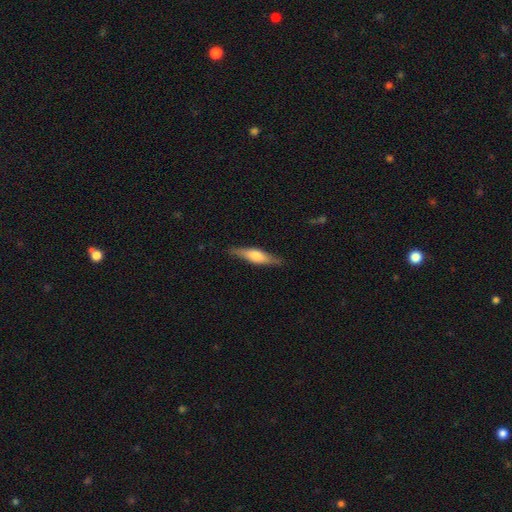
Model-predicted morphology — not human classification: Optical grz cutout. It shows a featured or disk galaxy (49%). Merging: none (84%).